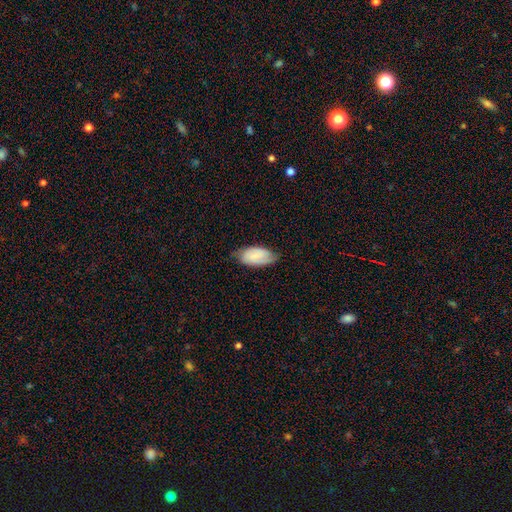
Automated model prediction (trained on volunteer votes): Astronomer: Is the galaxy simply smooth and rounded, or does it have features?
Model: smooth — 57% (runner-up: featured or disk, 36%).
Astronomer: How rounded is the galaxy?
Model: in between — 94%.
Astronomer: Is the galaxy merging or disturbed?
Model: none — 66%.